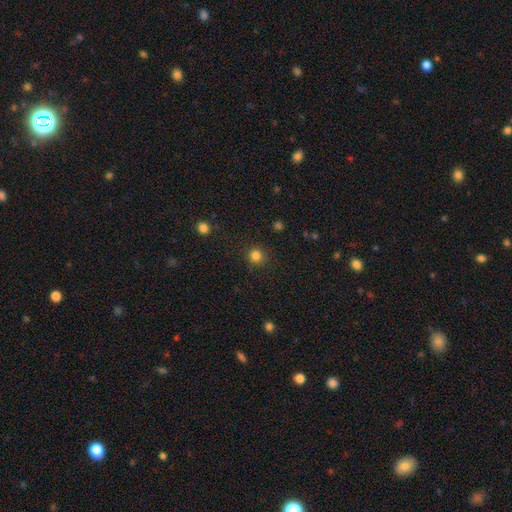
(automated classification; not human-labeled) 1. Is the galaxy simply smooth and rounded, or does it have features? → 83% smooth, 13% star or artifact, 4% featured or disk.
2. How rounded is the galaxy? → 93% round, 6% in between, 1% cigar-shaped.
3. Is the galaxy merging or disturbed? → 88% none, 8% minor disturbance, 3% major disturbance, 1% merger.